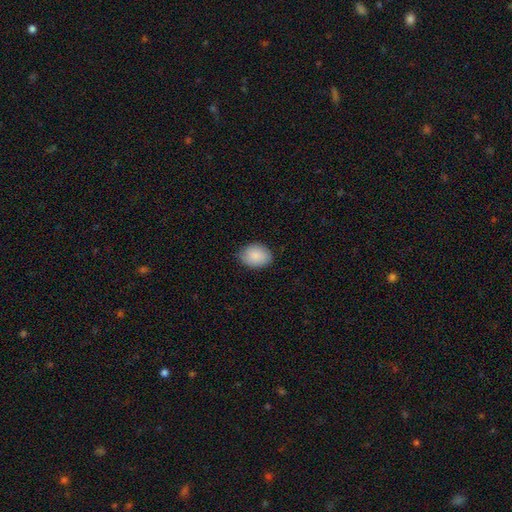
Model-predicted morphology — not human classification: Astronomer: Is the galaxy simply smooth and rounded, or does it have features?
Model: smooth — 89%.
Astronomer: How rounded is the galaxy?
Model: in between — 66%.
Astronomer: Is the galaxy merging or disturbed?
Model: none — 80%.